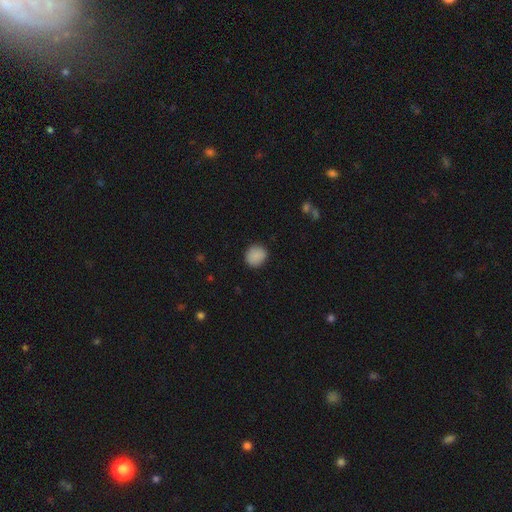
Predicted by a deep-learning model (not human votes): A smooth galaxy with no disk features (88%) that is round (80%). Merging: none (88%).